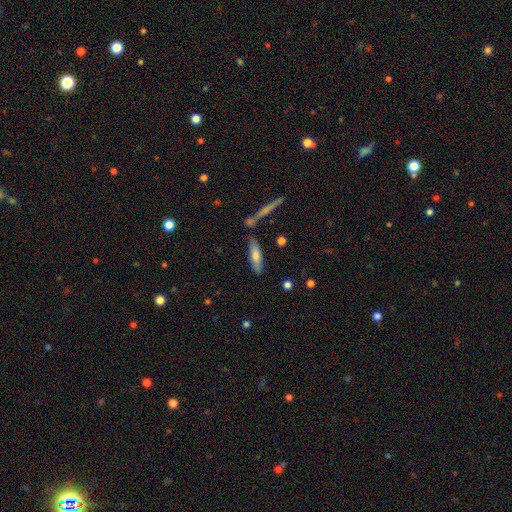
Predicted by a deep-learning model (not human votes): The model was most divided on "how rounded": cigar-shaped: 64%, in between: 34%, round: 2%. More confident: merging — none (73%); smooth or featured — smooth (67%).